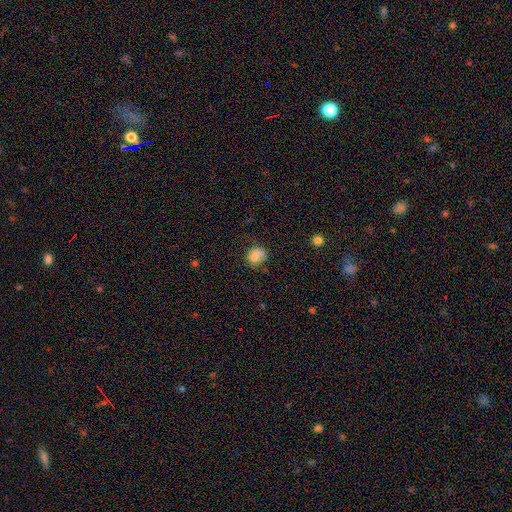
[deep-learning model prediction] This appears to be a smooth galaxy with no disk features (83%) that is round (66%). Merging: none (62%).